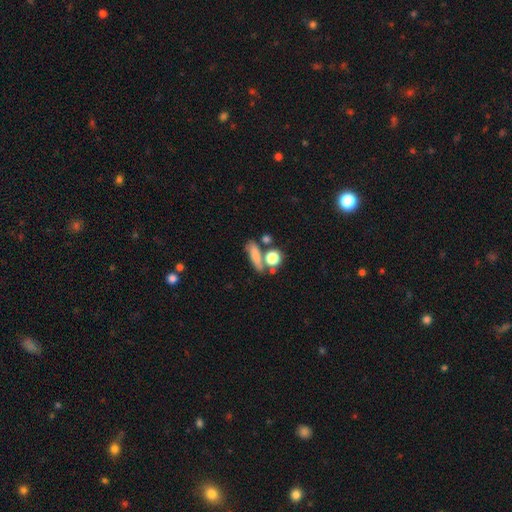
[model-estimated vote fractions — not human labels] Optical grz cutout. It shows a smooth galaxy with no disk features (73%) that is cigar-shaped (39%). Merging: none (55%).